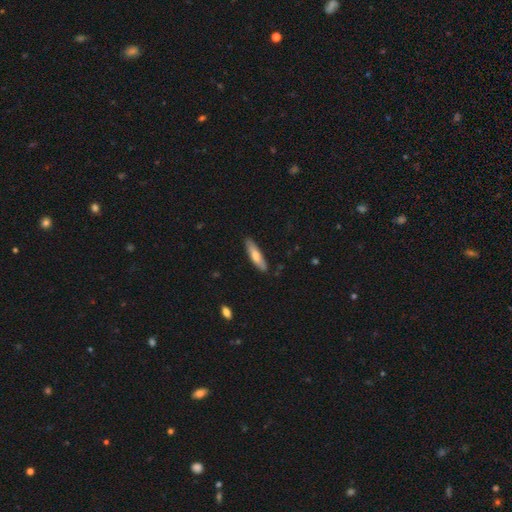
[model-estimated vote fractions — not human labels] Smooth or featured?
  - smooth: 63% *
  - featured or disk: 31%
  - star or artifact: 5%
How rounded?
  - cigar-shaped: 69% *
  - in between: 29%
  - round: 2%
Merging?
  - none: 86% *
  - minor disturbance: 11%
  - major disturbance: 2%
  - merger: 1%